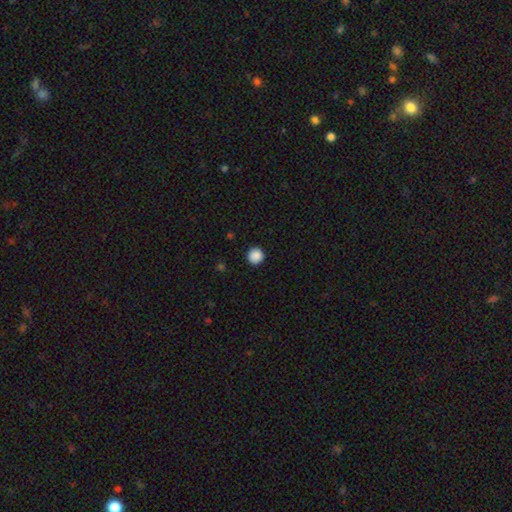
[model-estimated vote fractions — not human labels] smooth_or_featured: smooth (p=0.88) [alt: star or artifact p=0.09]
how_rounded: round (p=0.95) [alt: in between p=0.04]
merging: none (p=0.93) [alt: minor disturbance p=0.05]